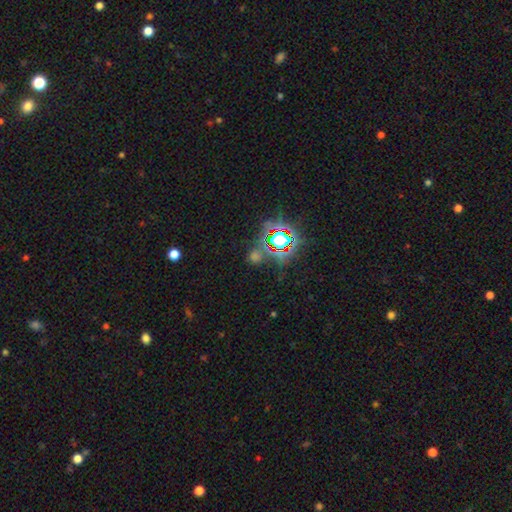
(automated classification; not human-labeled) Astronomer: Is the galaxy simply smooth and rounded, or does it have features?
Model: star or artifact — 69%.